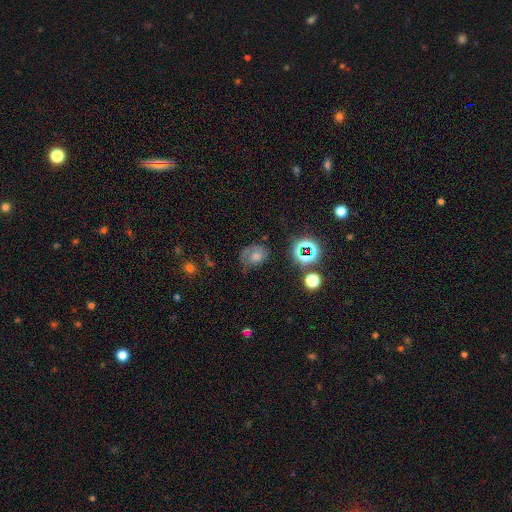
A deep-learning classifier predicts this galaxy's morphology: A smooth galaxy with no disk features (52%) that is in between round and cigar-shaped (53%).

Vote fractions:
- Smooth or featured? smooth: 52% / featured or disk: 27% / star or artifact: 20%
- How rounded? in between: 53% / round: 46% / cigar-shaped: 1%
- Merging? none: 49% / minor disturbance: 28% / major disturbance: 20% / merger: 3%